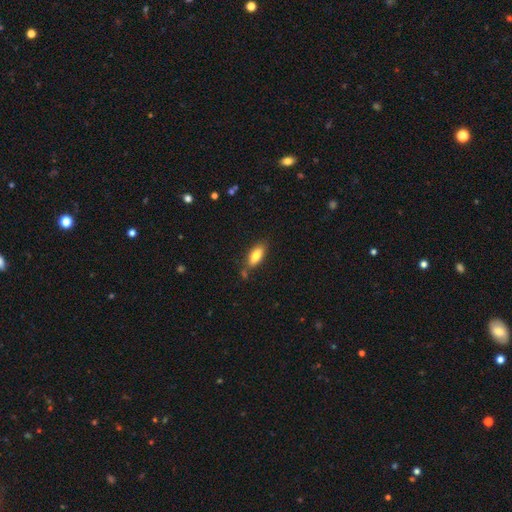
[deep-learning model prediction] Smooth or featured? smooth (78%)
How rounded? in between (78%)
Merging? none (73%)